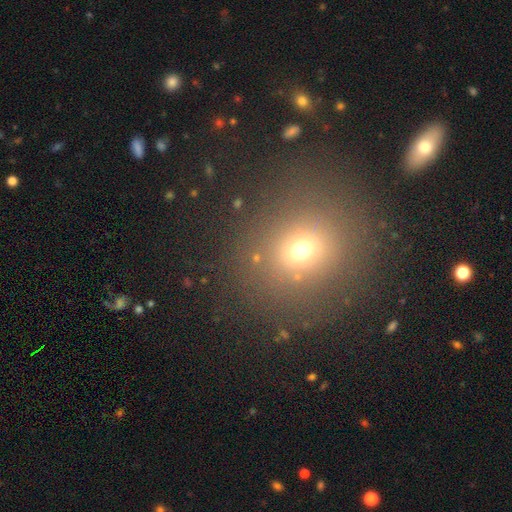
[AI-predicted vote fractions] The model was most divided on "smooth or featured": smooth: 60%, star or artifact: 29%, featured or disk: 11%. More confident: merging — none (85%); how rounded — round (85%).